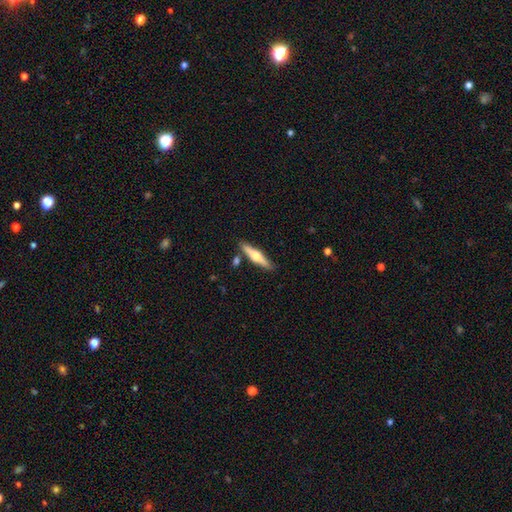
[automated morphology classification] A featured or disk galaxy (58%) viewed edge-on (96%) with a rounded central bulge (93%). Merging: none (83%).